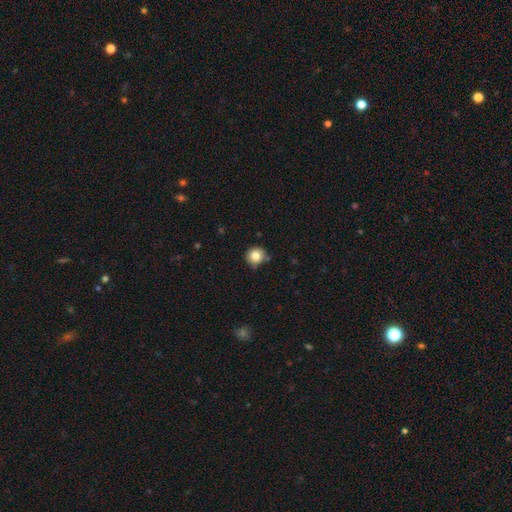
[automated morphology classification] This appears to be a smooth galaxy with no disk features (82%) that is round (94%). Merging: none (78%).